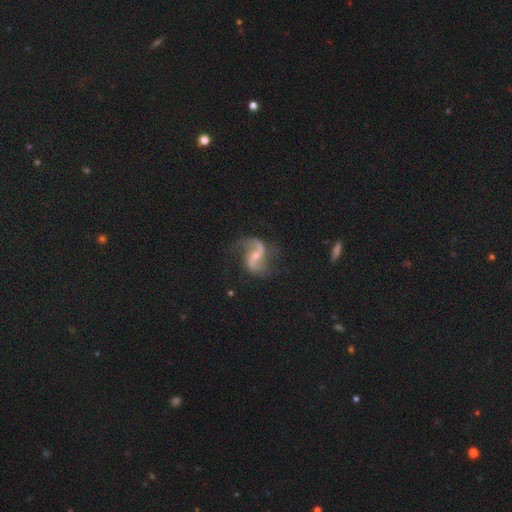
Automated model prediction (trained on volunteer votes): The model was most divided on "bar": weak: 39%, no: 33%, strong: 29%. More confident: edge-on disk — no (98%); spiral arms — yes (97%); spiral arm count — 2 (92%); smooth or featured — featured or disk (90%); merging — none (72%); spiral winding — loose (68%); bulge size — small (55%).